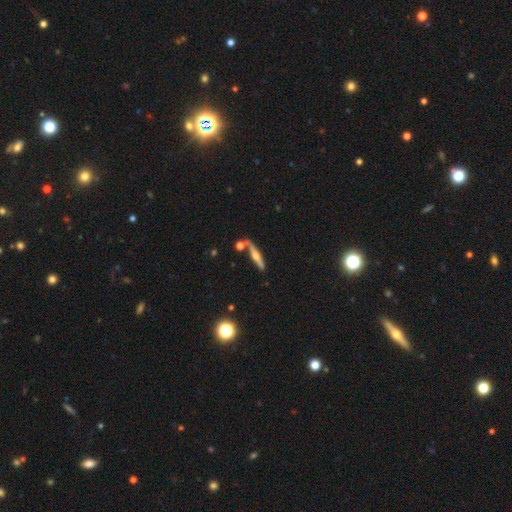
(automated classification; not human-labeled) Smooth or featured: featured or disk — 66% (smooth — 26%)
Edge-on disk: yes — 95% (no — 5%)
Edge-on bulge: rounded — 89% (boxy — 6%)
Merging: none — 73% (merger — 12%)